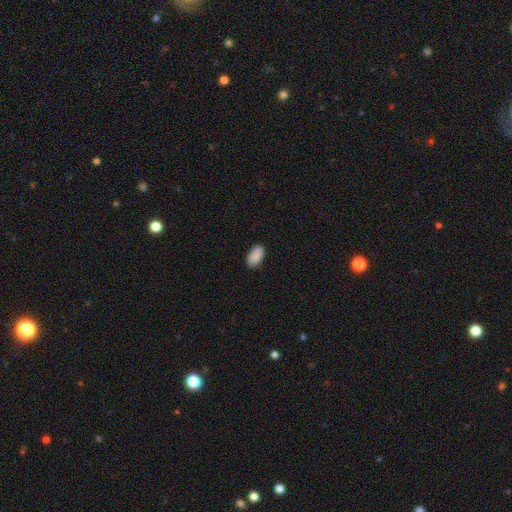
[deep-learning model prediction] This is clearly a smooth galaxy (90%). How rounded: clearly in between (94%). Merging: clearly none (87%).